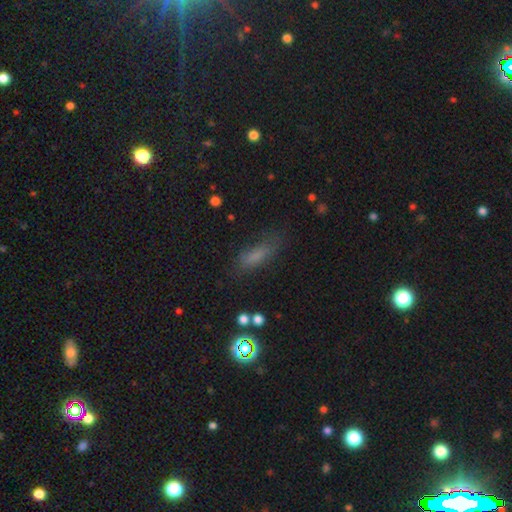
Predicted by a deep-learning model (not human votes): This is likely a smooth galaxy (66%). How rounded: possibly in between (53%). Merging: likely none (68%).